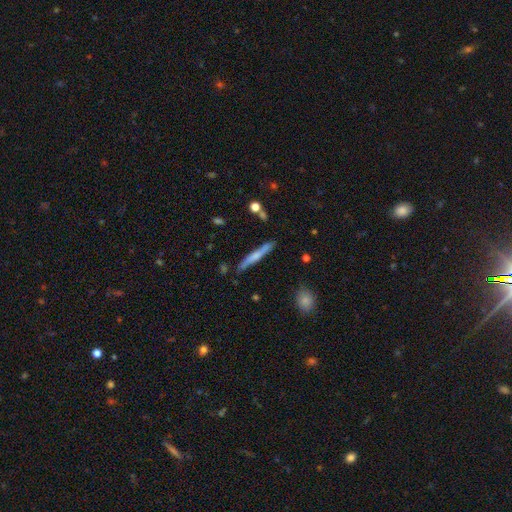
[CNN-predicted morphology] smooth-or-featured: smooth: 48% | featured or disk: 45% | star or artifact: 6%
  merging: none: 82% | minor disturbance: 12% | merger: 3% | major disturbance: 2%